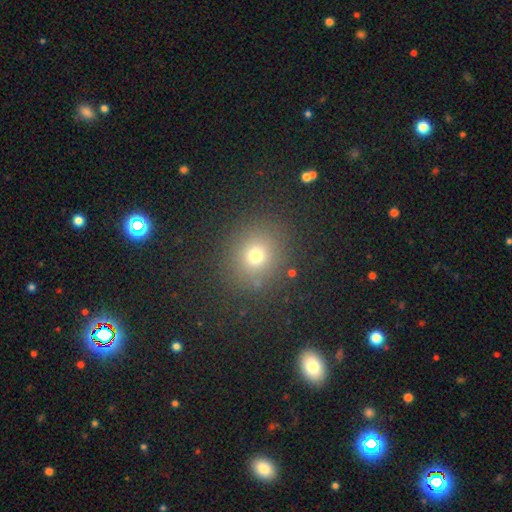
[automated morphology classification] Smooth or featured?
  - smooth: 71% *
  - star or artifact: 20%
  - featured or disk: 9%
How rounded?
  - round: 82% *
  - in between: 17%
  - cigar-shaped: 1%
Merging?
  - none: 85% *
  - minor disturbance: 8%
  - major disturbance: 4%
  - merger: 2%